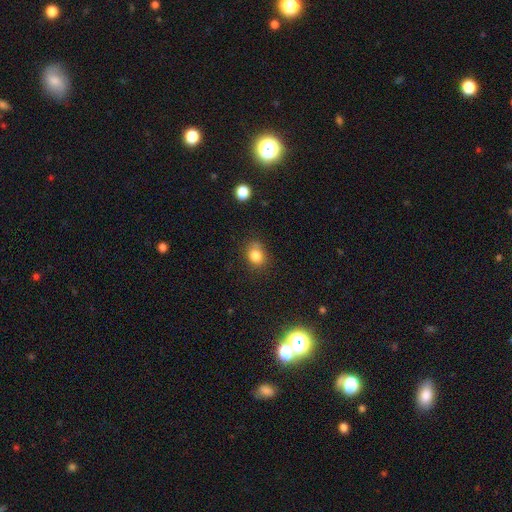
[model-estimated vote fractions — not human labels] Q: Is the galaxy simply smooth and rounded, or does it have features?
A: smooth — 82%.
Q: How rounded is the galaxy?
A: round — 59%.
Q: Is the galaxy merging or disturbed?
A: none — 68%.